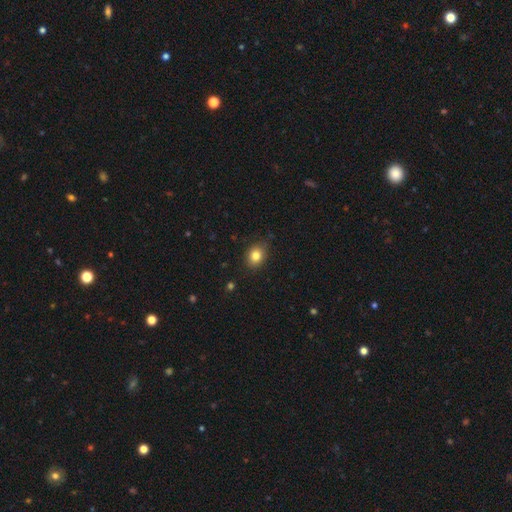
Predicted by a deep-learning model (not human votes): Q: Smooth or featured?
A: smooth (82%); runner-up: star or artifact (10%)
Q: How rounded?
A: in between (50%); runner-up: round (49%)
Q: Merging?
A: none (84%); runner-up: minor disturbance (12%)